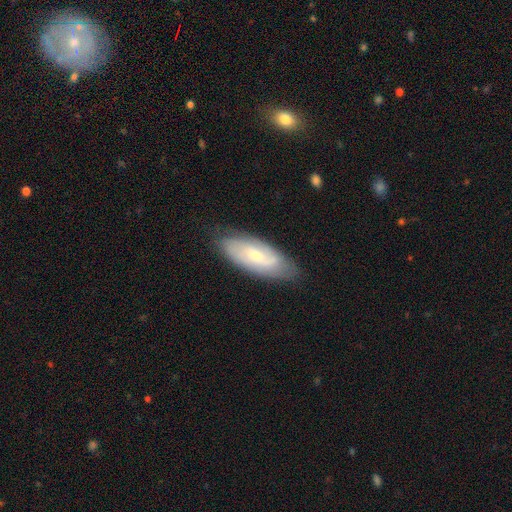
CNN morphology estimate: This appears to be a featured or disk galaxy (60%) with a weak bar (50%), spiral arms (85%) and a small central bulge (47%). Merging: none (80%).